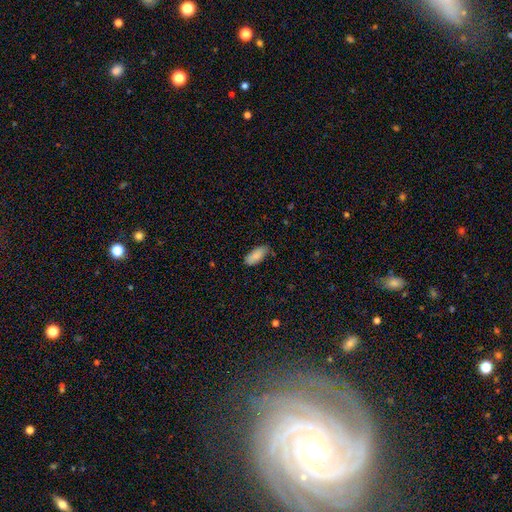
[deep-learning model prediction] Smooth or featured? Predicted: smooth (p=0.87). How rounded? Predicted: in between (p=0.88). Merging? Predicted: none (p=0.75).